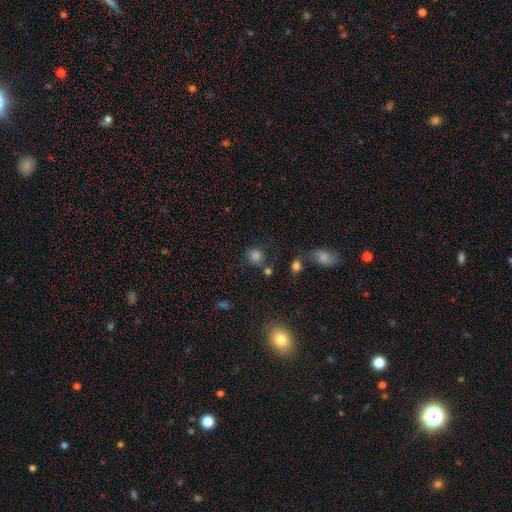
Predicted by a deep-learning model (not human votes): A smooth galaxy with no disk features (80%) that is round (77%).

Vote fractions:
- Smooth or featured? smooth: 80% / star or artifact: 14% / featured or disk: 6%
- How rounded? round: 77% / in between: 22% / cigar-shaped: 1%
- Merging? none: 67% / minor disturbance: 15% / merger: 11% / major disturbance: 7%